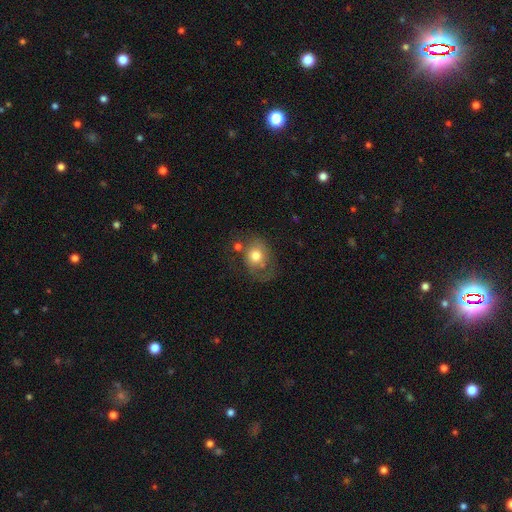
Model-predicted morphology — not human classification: Overall: smooth (69%). How rounded: round (59%; in between 40%). Merging: none (41%; minor disturbance 24%).